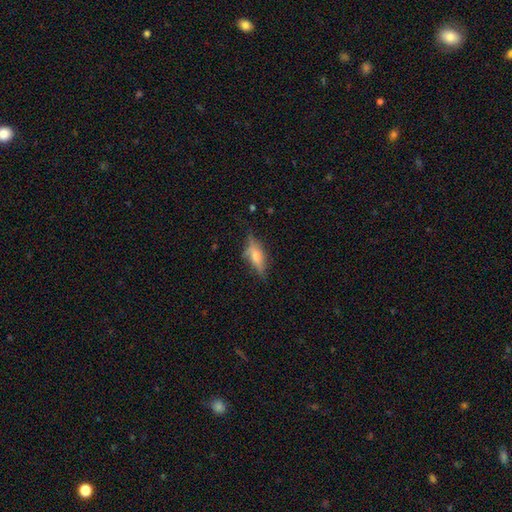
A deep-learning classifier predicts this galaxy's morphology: smooth-or-featured: smooth: 54% | featured or disk: 37% | star or artifact: 9%
  how-rounded: in between: 60% | cigar-shaped: 37% | round: 4%
  merging: none: 60% | minor disturbance: 27% | major disturbance: 10% | merger: 3%